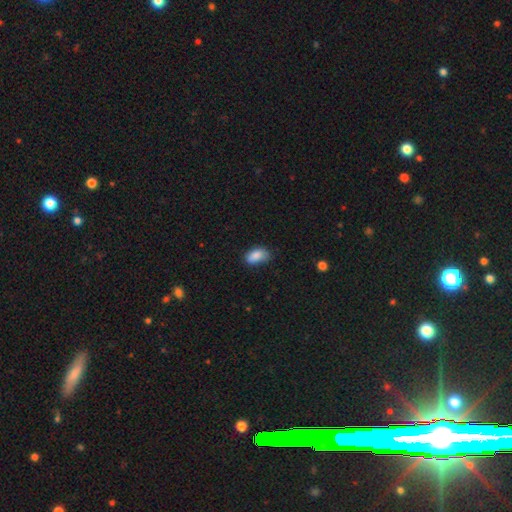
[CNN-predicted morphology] Q: Smooth or featured?
A: smooth (86%); runner-up: star or artifact (8%)
Q: How rounded?
A: in between (92%); runner-up: round (6%)
Q: Merging?
A: none (64%); runner-up: minor disturbance (29%)